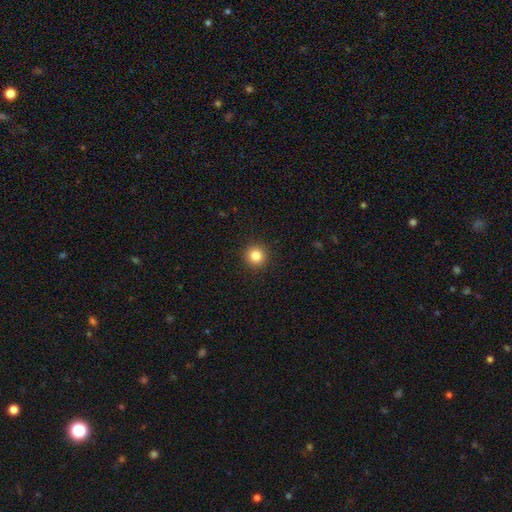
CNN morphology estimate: This is clearly a smooth galaxy (83%). How rounded: clearly round (95%). Merging: clearly none (93%).